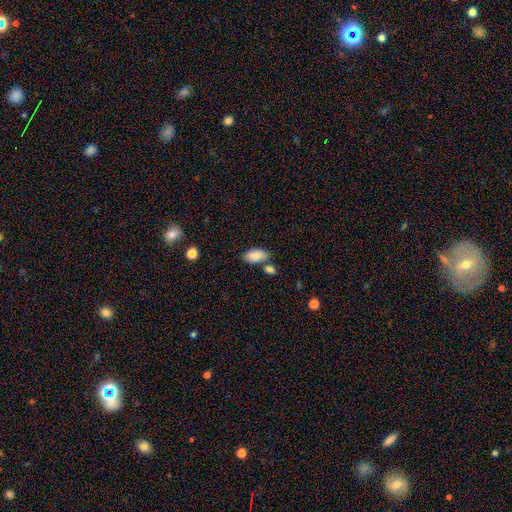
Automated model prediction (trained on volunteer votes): Smooth or featured: smooth — 87% (star or artifact — 7%)
How rounded: in between — 93% (cigar-shaped — 4%)
Merging: none — 63% (merger — 19%)